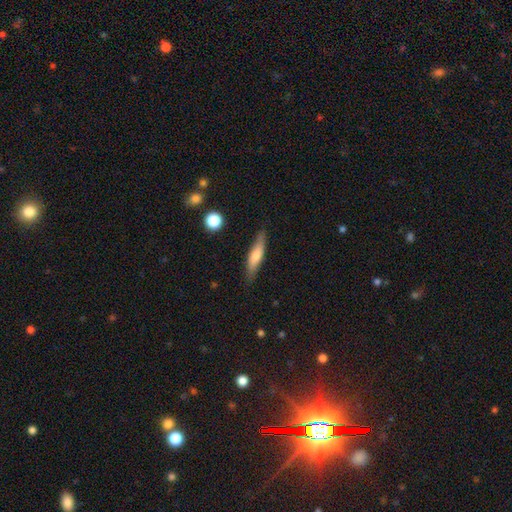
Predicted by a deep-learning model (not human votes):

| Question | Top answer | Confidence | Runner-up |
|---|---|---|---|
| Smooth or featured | smooth | 57% | featured or disk (37%) |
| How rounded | cigar-shaped | 78% | in between (20%) |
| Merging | none | 83% | minor disturbance (13%) |